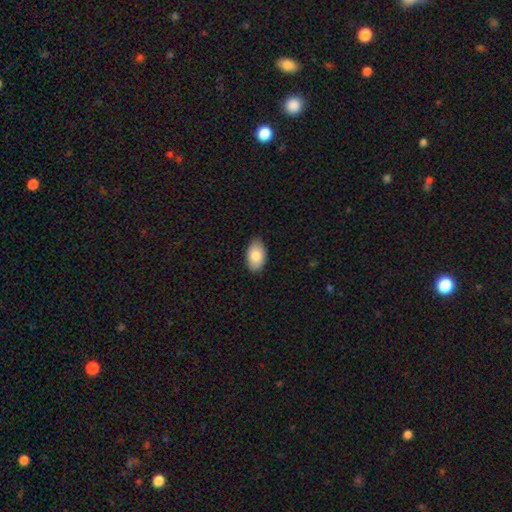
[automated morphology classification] smooth 85%, featured or disk 9%, star or artifact 6%. Down the decision tree: how rounded — in between (95%); merging — none (86%).